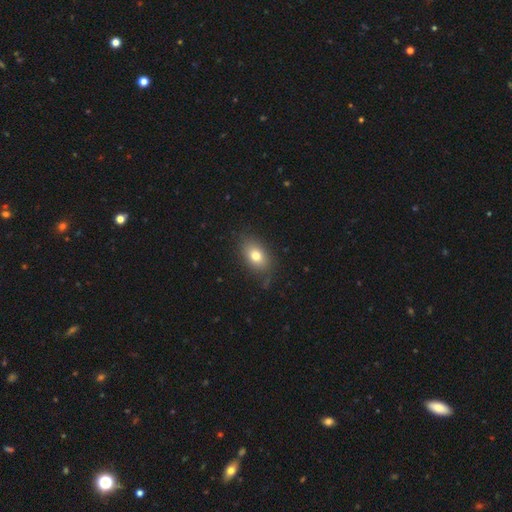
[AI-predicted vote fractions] Smooth or featured? smooth (76%)
How rounded? in between (80%)
Merging? none (82%)